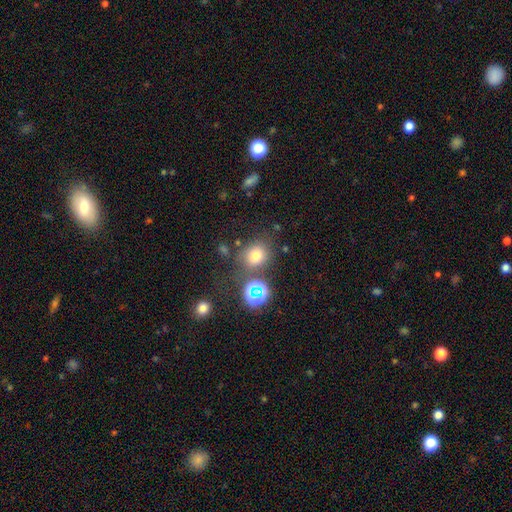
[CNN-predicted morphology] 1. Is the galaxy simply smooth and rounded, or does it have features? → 70% smooth, 20% star or artifact, 10% featured or disk.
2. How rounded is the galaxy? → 65% round, 34% in between, 1% cigar-shaped.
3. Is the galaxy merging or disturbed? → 71% none, 14% minor disturbance, 9% merger, 6% major disturbance.